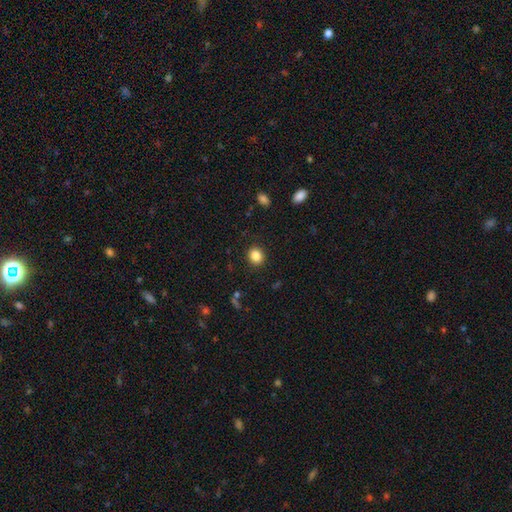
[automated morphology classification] The model was most divided on "how rounded": round: 73%, in between: 26%, cigar-shaped: 1%. More confident: merging — none (90%); smooth or featured — smooth (85%).